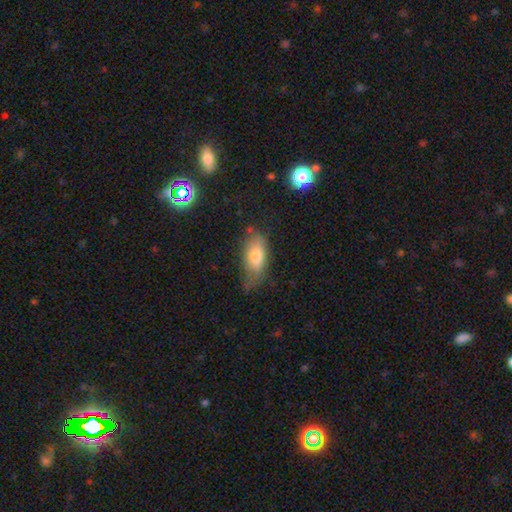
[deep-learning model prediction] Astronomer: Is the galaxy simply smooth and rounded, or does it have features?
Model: smooth — 71%.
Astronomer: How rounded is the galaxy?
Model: in between — 84%.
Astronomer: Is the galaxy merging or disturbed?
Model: none — 54% (runner-up: minor disturbance, 33%).